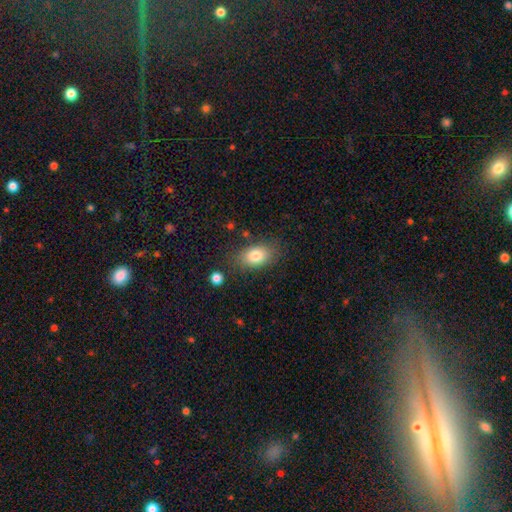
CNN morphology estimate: This is clearly a smooth galaxy (81%). How rounded: clearly in between (85%). Merging: likely none (78%).